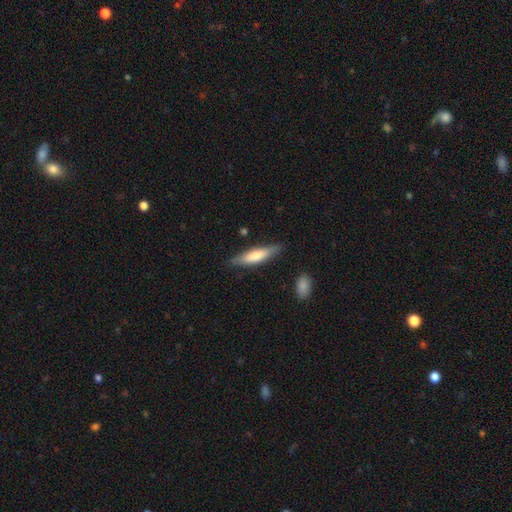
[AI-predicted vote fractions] Morphology: type=smooth (65%); roundness=cigar-shaped (75%); merging=none (81%).